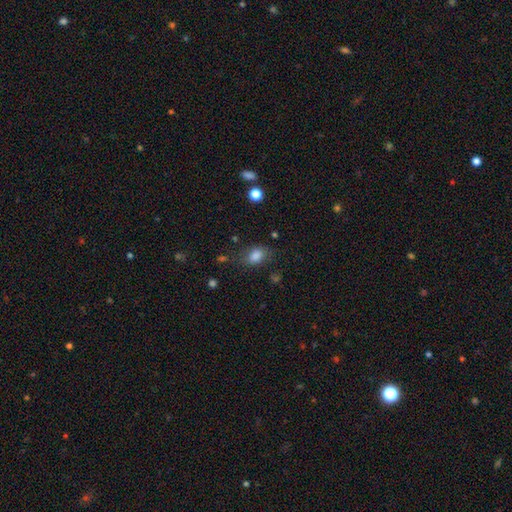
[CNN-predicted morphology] Q: Smooth or featured?
A: smooth (82%); runner-up: star or artifact (10%)
Q: How rounded?
A: in between (76%); runner-up: round (22%)
Q: Merging?
A: none (68%); runner-up: minor disturbance (21%)